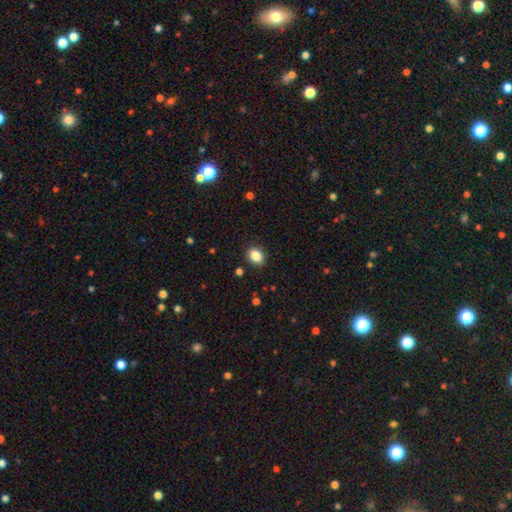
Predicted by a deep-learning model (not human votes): smooth-or-featured: smooth: 86% | star or artifact: 9% | featured or disk: 5%
  how-rounded: in between: 66% | round: 33% | cigar-shaped: 1%
  merging: none: 88% | minor disturbance: 8% | major disturbance: 2% | merger: 1%